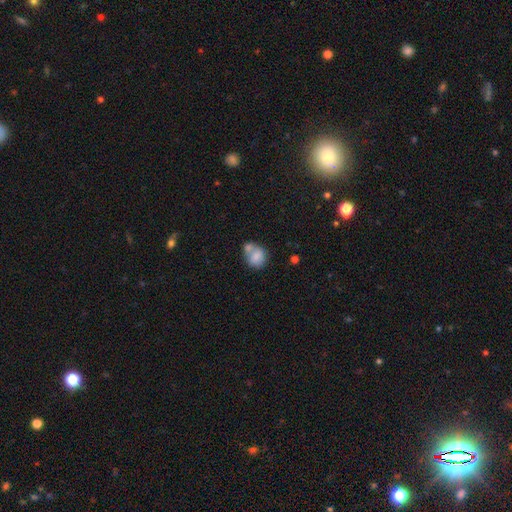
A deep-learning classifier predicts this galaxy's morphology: type=smooth (77%); roundness=round (66%); merging=merger (49%).